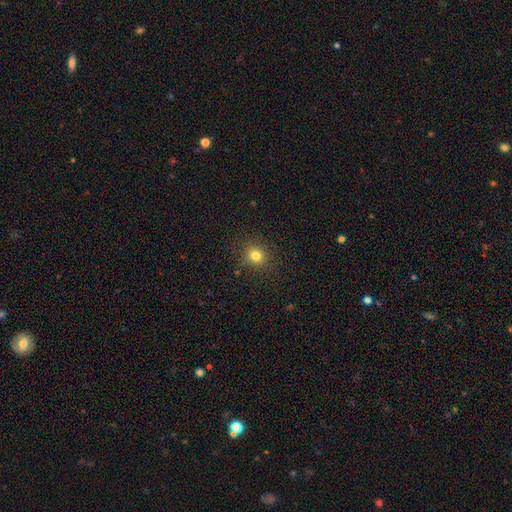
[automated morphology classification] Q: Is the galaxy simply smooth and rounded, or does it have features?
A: smooth — 79%.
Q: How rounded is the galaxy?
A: round — 80%.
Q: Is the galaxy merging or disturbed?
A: none — 87%.